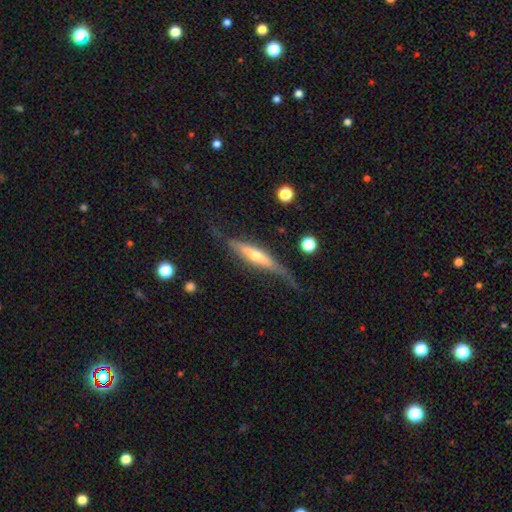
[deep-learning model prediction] smooth_or_featured: featured or disk (p=0.71) [alt: smooth p=0.23]
disk_edge_on: yes (p=0.86) [alt: no p=0.14]
edge_on_bulge: rounded (p=0.71) [alt: none p=0.17]
merging: none (p=0.56) [alt: minor disturbance p=0.27]